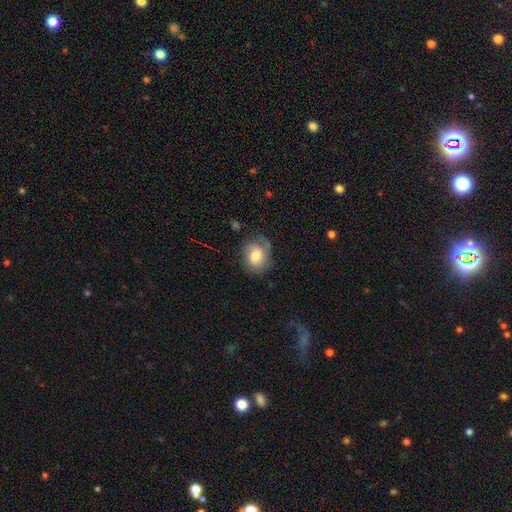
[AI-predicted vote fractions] Smooth or featured: smooth — 69% (featured or disk — 23%)
How rounded: round — 56% (in between — 43%)
Merging: none — 60% (minor disturbance — 27%)